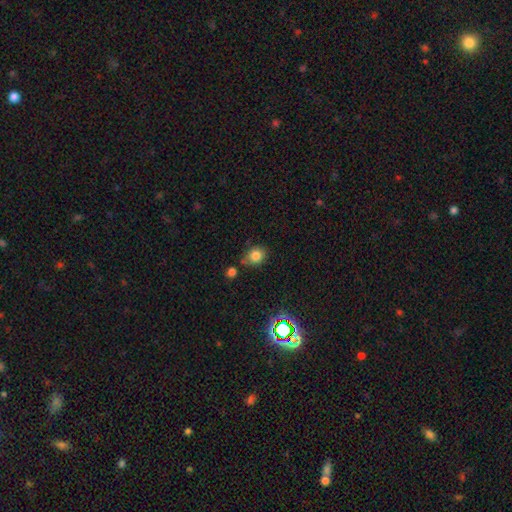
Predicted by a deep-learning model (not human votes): Smooth or featured: smooth — 79% (star or artifact — 13%)
How rounded: round — 61% (in between — 38%)
Merging: none — 64% (minor disturbance — 22%)